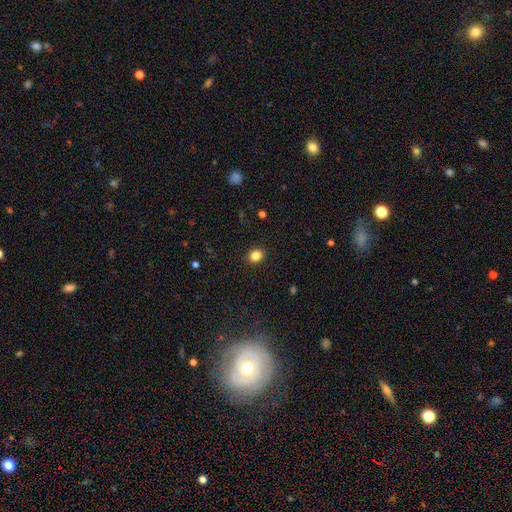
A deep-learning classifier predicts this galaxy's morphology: smooth_or_featured: smooth (p=0.84) [alt: star or artifact p=0.12]
how_rounded: round (p=0.69) [alt: in between p=0.30]
merging: none (p=0.90) [alt: minor disturbance p=0.07]